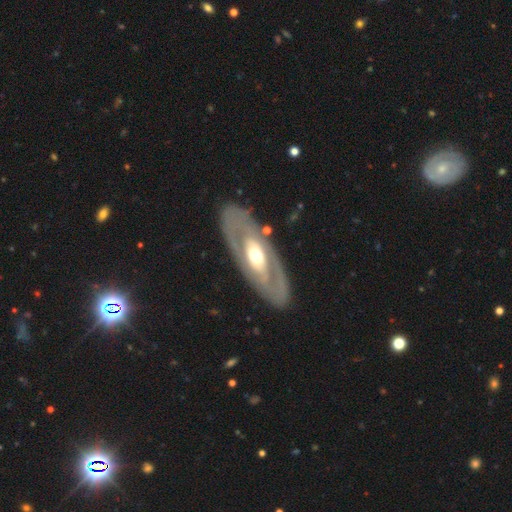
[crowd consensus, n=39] Volunteers were most divided on "bar": no: 64%, weak: 29%, strong: 7%. More confident: merging — none (95%); smooth or featured — featured or disk (87%); edge-on disk — no (82%); bulge size — moderate (71%); spiral arms — no (68%).